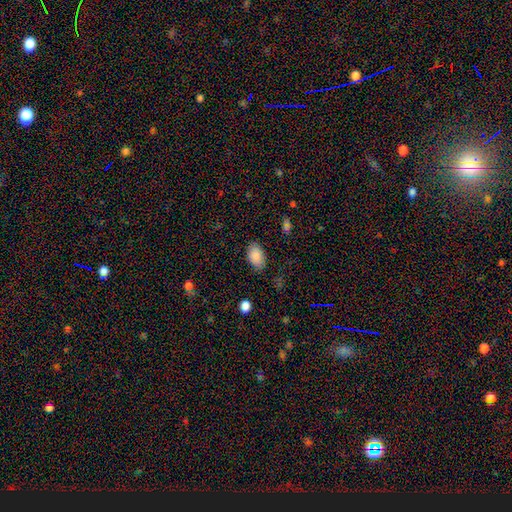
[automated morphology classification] smooth 88%, star or artifact 8%, featured or disk 4%. Down the decision tree: how rounded — in between (91%); merging — none (81%).